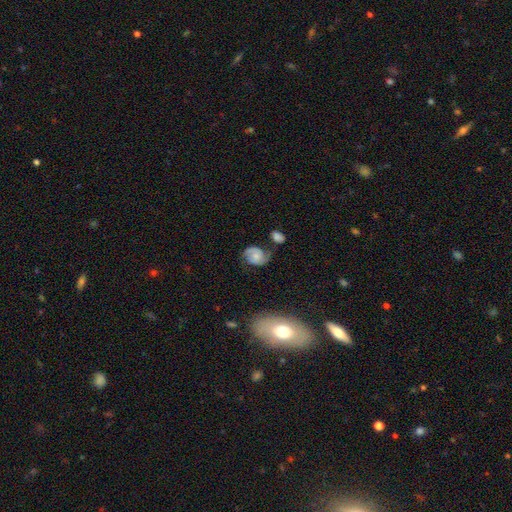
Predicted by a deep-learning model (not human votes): Q: Smooth or featured?
A: featured or disk (65%); runner-up: smooth (27%)
Q: Edge-on disk?
A: no (97%); runner-up: yes (3%)
Q: Bar?
A: no (70%); runner-up: weak (25%)
Q: Spiral arms?
A: yes (91%); runner-up: no (9%)
Q: Spiral winding?
A: medium (44%); runner-up: tight (38%)
Q: Spiral arm count?
A: 2 (83%); runner-up: can't tell (9%)
Q: Bulge size?
A: small (48%); runner-up: moderate (41%)
Q: Merging?
A: none (58%); runner-up: minor disturbance (24%)